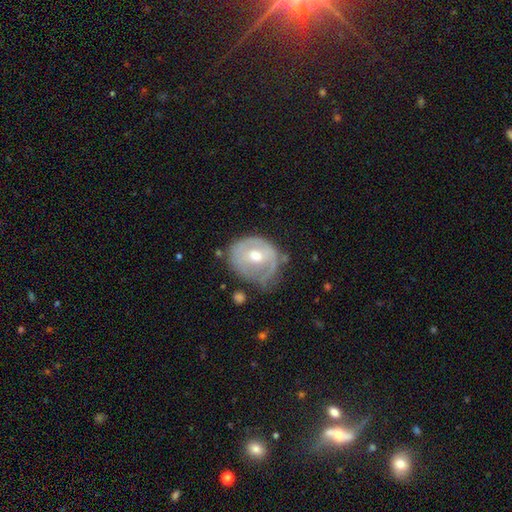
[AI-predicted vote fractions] A featured or disk galaxy (63%) with no bar (55%), spiral arms (55%) and a moderate central bulge (74%).

Vote fractions:
- Smooth or featured? featured or disk: 63% / smooth: 31% / star or artifact: 7%
- Edge-on disk? no: 96% / yes: 4%
- Bar? no: 55% / weak: 36% / strong: 9%
- Spiral arms? yes: 55% / no: 45%
- Bulge size? moderate: 74% / small: 17% / large: 7% / none: 1% / dominant: 1%
- Merging? none: 48% / minor disturbance: 32% / major disturbance: 17% / merger: 3%